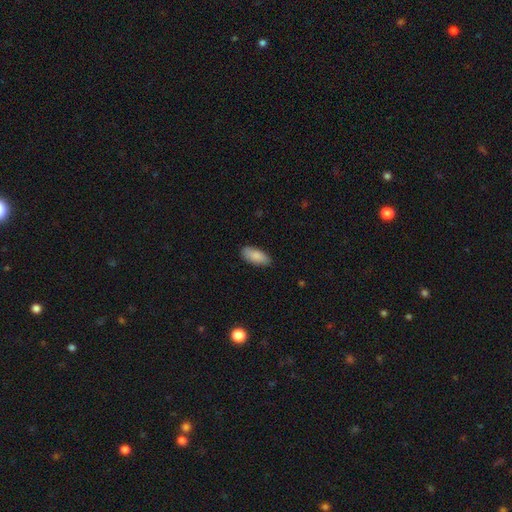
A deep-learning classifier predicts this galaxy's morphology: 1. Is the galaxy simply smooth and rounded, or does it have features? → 87% smooth, 7% featured or disk, 6% star or artifact.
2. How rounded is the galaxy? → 86% in between, 12% cigar-shaped, 2% round.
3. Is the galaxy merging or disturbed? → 84% none, 12% minor disturbance, 2% major disturbance, 1% merger.